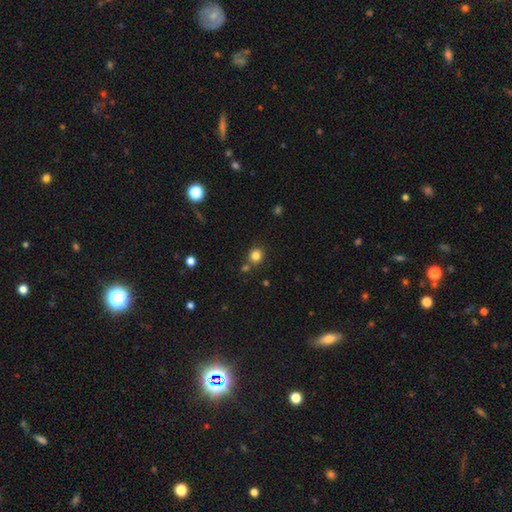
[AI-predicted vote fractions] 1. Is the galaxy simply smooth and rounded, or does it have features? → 82% smooth, 13% star or artifact, 5% featured or disk.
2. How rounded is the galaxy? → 86% round, 13% in between, 1% cigar-shaped.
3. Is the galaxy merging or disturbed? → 77% none, 11% merger, 9% minor disturbance, 3% major disturbance.